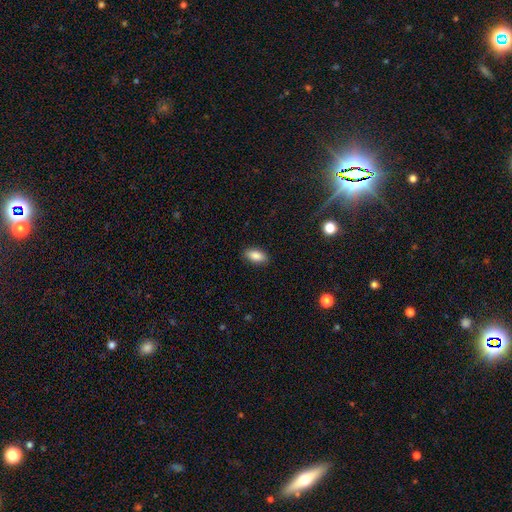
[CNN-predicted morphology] smooth 87%, star or artifact 7%, featured or disk 6%. Down the decision tree: how rounded — in between (89%); merging — none (89%).